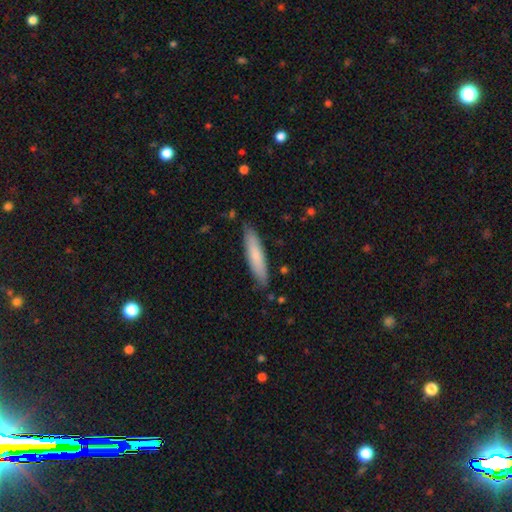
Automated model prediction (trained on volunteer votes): A smooth galaxy with no disk features (76%) that is cigar-shaped (83%). Merging: none (85%).